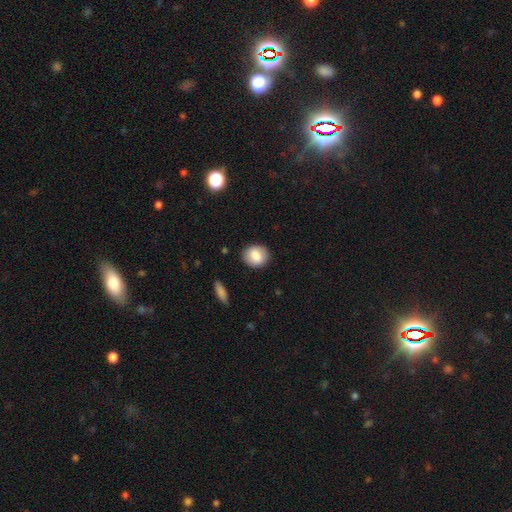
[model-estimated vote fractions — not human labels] Smooth or featured: smooth — 82% (featured or disk — 11%)
How rounded: round — 71% (in between — 28%)
Merging: none — 87% (minor disturbance — 9%)